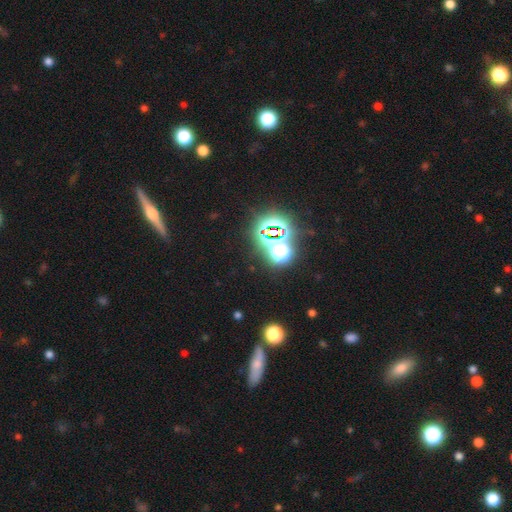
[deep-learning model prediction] smooth_or_featured: star or artifact (p=0.56) [alt: smooth p=0.25]